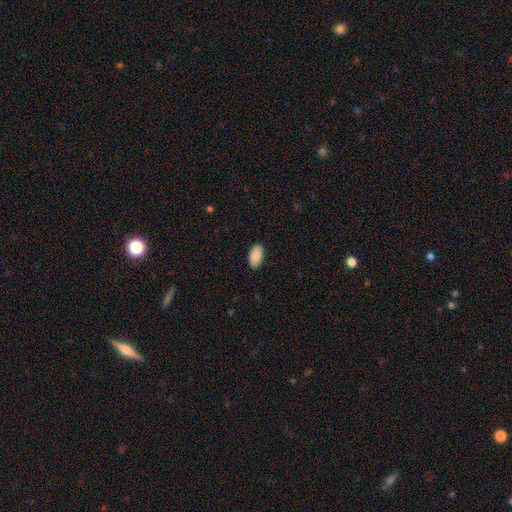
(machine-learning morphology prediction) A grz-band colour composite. It shows a smooth galaxy with no disk features (90%) that is in between round and cigar-shaped (95%). Merging: none (87%).